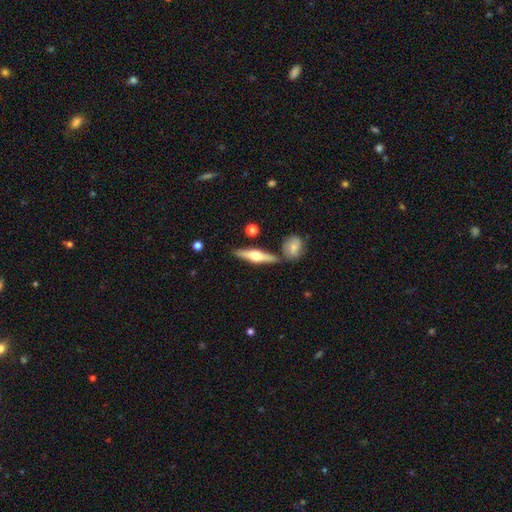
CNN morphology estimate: This appears to be a featured or disk galaxy (61%) viewed edge-on (95%) with a rounded central bulge (92%). Merging: none (80%).